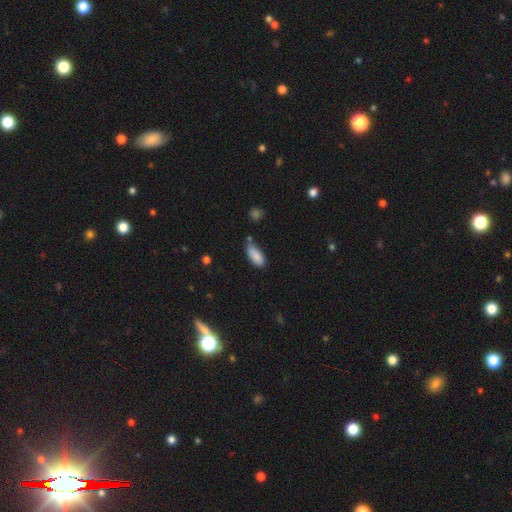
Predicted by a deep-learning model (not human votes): Smooth or featured? Predicted: smooth (p=0.88). How rounded? Predicted: in between (p=0.86). Merging? Predicted: none (p=0.58).